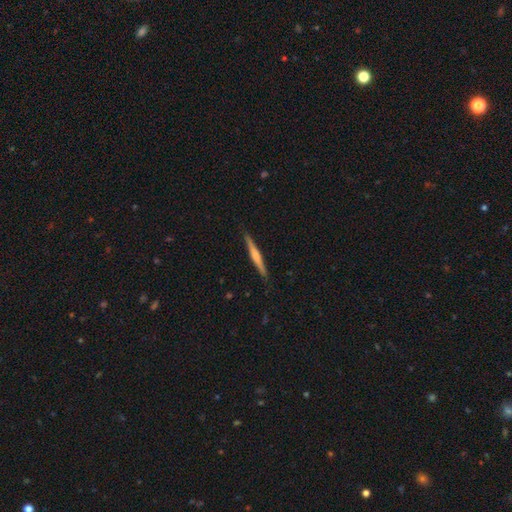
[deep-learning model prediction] smooth-or-featured: featured or disk: 57% | smooth: 38% | star or artifact: 5%
  disk-edge-on: yes: 98% | no: 2%
    edge-on-bulge: rounded: 50% | none: 28% | boxy: 22%
  merging: none: 90% | minor disturbance: 7% | major disturbance: 1% | merger: 1%